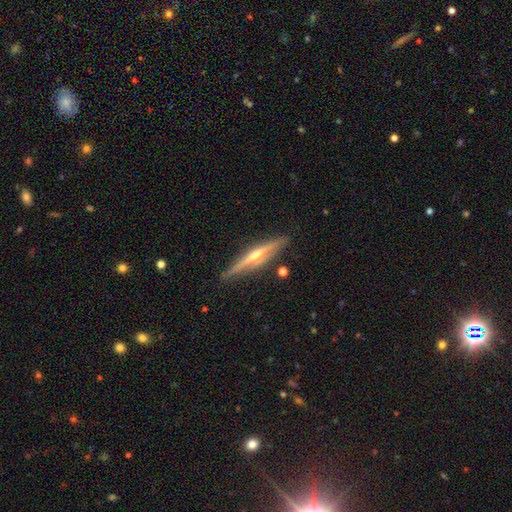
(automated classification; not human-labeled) Q: Smooth or featured?
A: featured or disk (77%); runner-up: smooth (17%)
Q: Edge-on disk?
A: yes (97%); runner-up: no (3%)
Q: Edge-on bulge?
A: rounded (88%); runner-up: none (7%)
Q: Merging?
A: none (86%); runner-up: minor disturbance (10%)